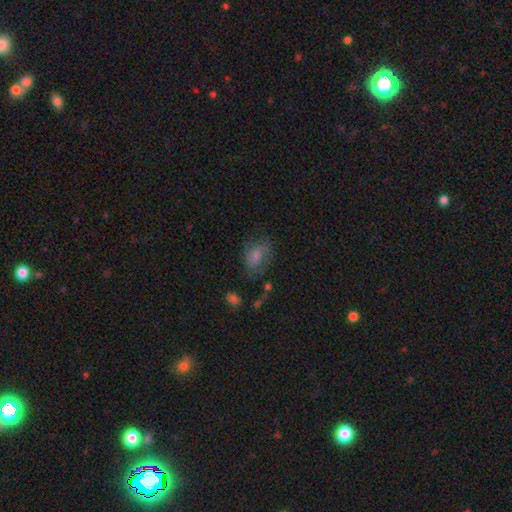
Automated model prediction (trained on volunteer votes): Smooth or featured? Predicted: smooth (p=0.49). Merging? Predicted: none (p=0.64).